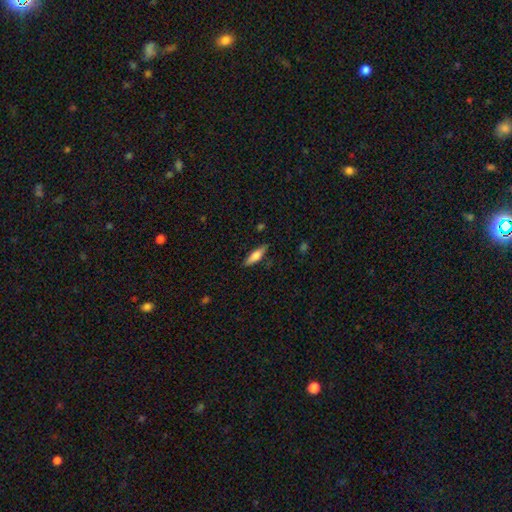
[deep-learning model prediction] This is likely a smooth galaxy (68%). How rounded: possibly cigar-shaped (54%). Merging: clearly none (82%).